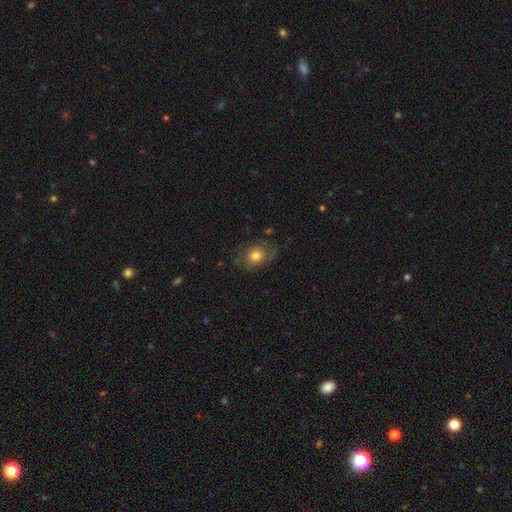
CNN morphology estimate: Smooth or featured? Predicted: smooth (p=0.56). How rounded? Predicted: in between (p=0.55). Merging? Predicted: none (p=0.59).